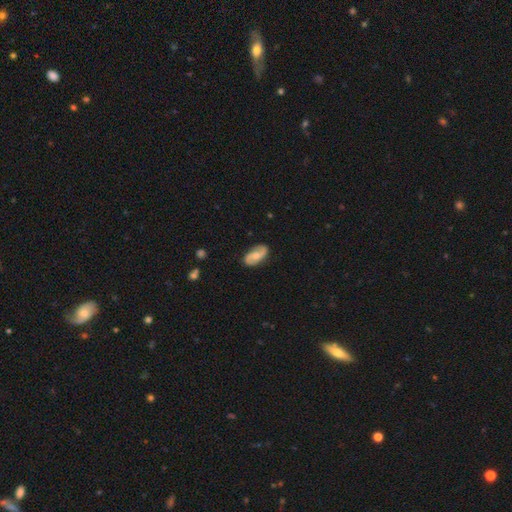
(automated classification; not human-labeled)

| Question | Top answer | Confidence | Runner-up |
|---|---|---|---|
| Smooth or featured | featured or disk | 59% | smooth (35%) |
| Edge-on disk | no | 95% | yes (5%) |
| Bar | no | 54% | weak (37%) |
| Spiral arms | yes | 91% | no (9%) |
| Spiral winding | loose | 41% | medium (39%) |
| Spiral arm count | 2 | 88% | can't tell (6%) |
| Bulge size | moderate | 47% | small (36%) |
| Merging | none | 82% | minor disturbance (14%) |